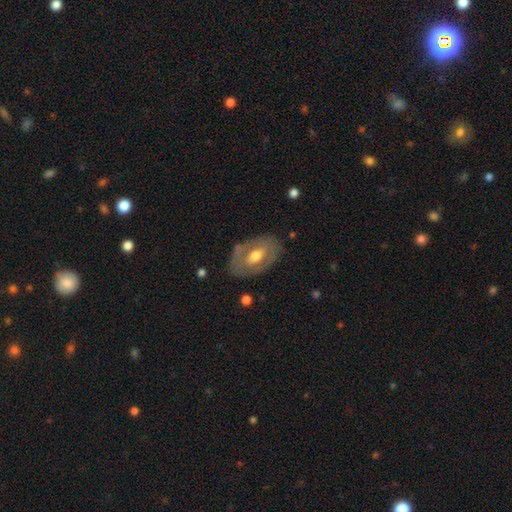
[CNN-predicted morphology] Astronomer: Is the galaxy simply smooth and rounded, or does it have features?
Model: featured or disk — 50% (runner-up: smooth, 44%).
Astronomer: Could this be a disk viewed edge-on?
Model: no — 90%.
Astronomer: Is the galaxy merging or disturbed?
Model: none — 75%.